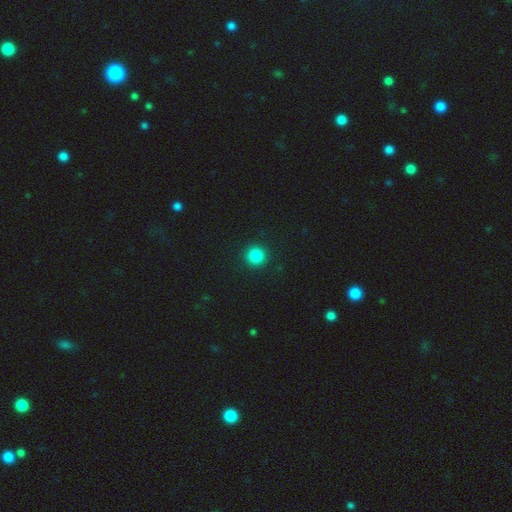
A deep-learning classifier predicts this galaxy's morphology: smooth-or-featured: smooth: 85% | star or artifact: 12% | featured or disk: 4%
  how-rounded: round: 95% | in between: 4% | cigar-shaped: 1%
  merging: none: 93% | minor disturbance: 4% | major disturbance: 2% | merger: 1%